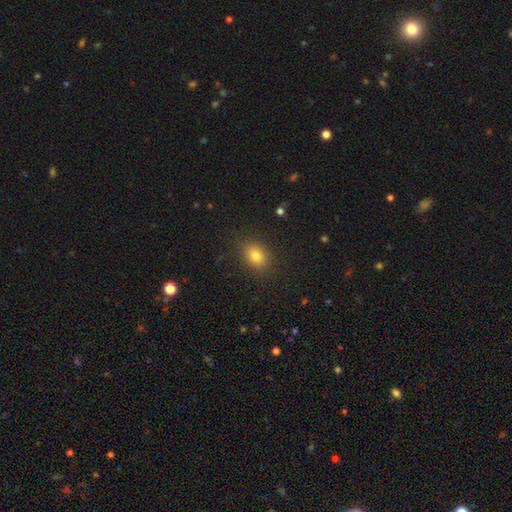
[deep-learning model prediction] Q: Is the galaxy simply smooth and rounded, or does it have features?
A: smooth — 82%.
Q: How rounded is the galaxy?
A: in between — 68%.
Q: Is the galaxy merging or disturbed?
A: none — 86%.